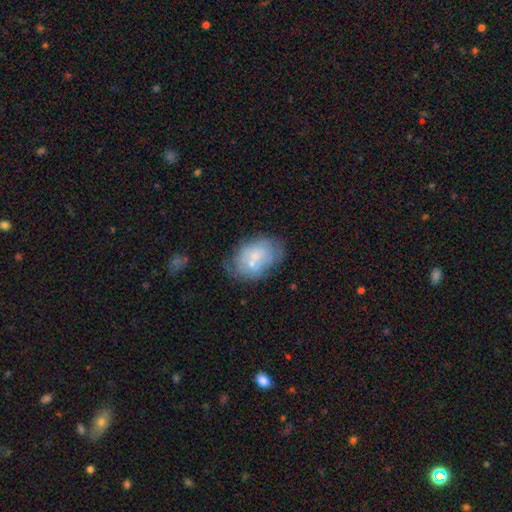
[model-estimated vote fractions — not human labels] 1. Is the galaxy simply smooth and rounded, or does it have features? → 54% smooth, 37% featured or disk, 9% star or artifact.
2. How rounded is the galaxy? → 82% in between, 16% round, 1% cigar-shaped.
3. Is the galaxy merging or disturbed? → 48% none, 24% minor disturbance, 18% merger, 9% major disturbance.